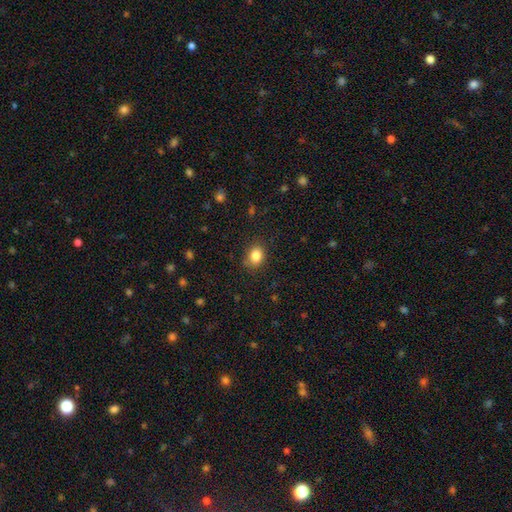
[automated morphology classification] Smooth or featured? Predicted: smooth (p=0.85). How rounded? Predicted: in between (p=0.54). Merging? Predicted: none (p=0.81).